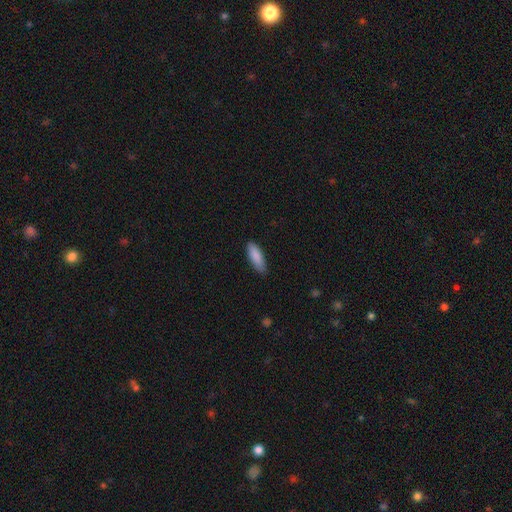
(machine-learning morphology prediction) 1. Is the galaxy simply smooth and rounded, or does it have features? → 88% smooth, 6% featured or disk, 6% star or artifact.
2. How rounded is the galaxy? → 59% in between, 39% cigar-shaped, 1% round.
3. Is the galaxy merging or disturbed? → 84% none, 13% minor disturbance, 2% major disturbance, 1% merger.